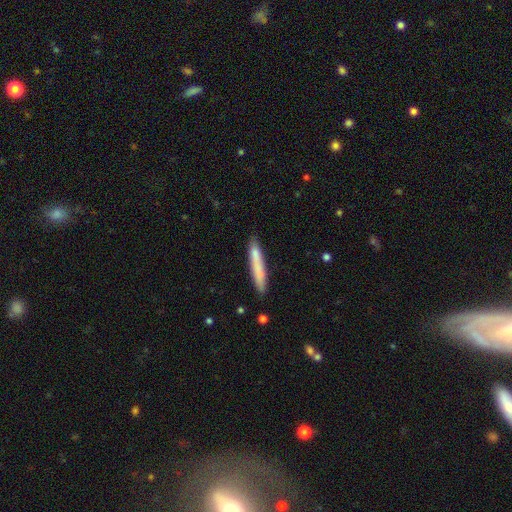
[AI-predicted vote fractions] A smooth galaxy with no disk features (75%) that is cigar-shaped (93%).

Vote fractions:
- Smooth or featured? smooth: 75% / featured or disk: 19% / star or artifact: 6%
- How rounded? cigar-shaped: 93% / in between: 6% / round: 1%
- Merging? none: 81% / minor disturbance: 14% / merger: 3% / major disturbance: 2%